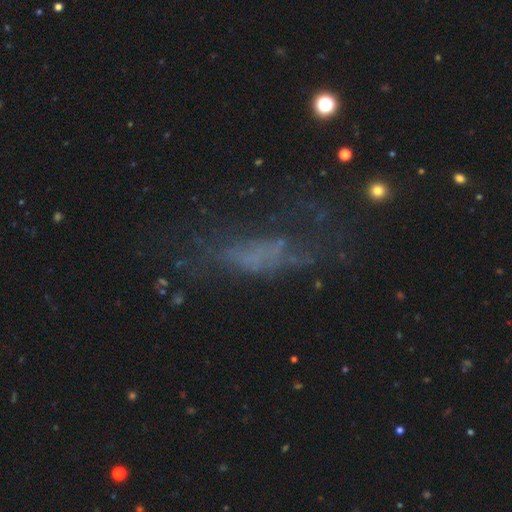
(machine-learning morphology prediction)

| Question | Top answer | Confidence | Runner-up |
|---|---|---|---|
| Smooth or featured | featured or disk | 42% | smooth (33%) |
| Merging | none | 42% | major disturbance (33%) |